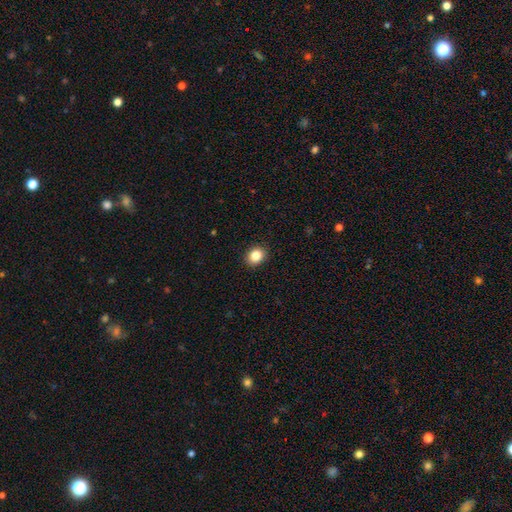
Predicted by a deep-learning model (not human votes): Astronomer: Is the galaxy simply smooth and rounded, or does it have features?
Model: smooth — 86%.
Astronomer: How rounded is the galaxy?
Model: round — 53% (runner-up: in between, 46%).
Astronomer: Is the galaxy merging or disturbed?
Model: none — 91%.